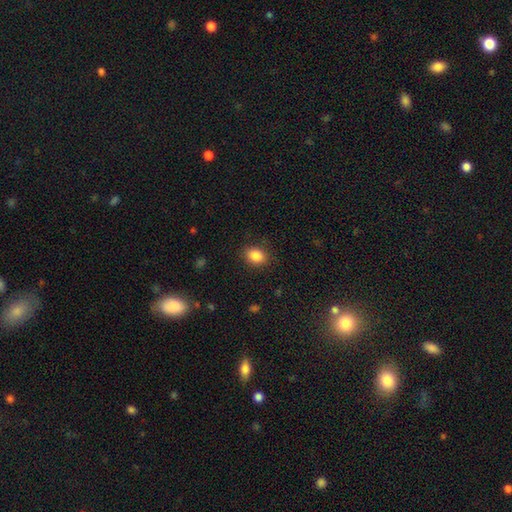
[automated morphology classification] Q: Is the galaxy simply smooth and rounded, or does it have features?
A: smooth — 87%.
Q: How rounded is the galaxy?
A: in between — 68%.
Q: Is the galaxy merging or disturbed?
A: none — 86%.